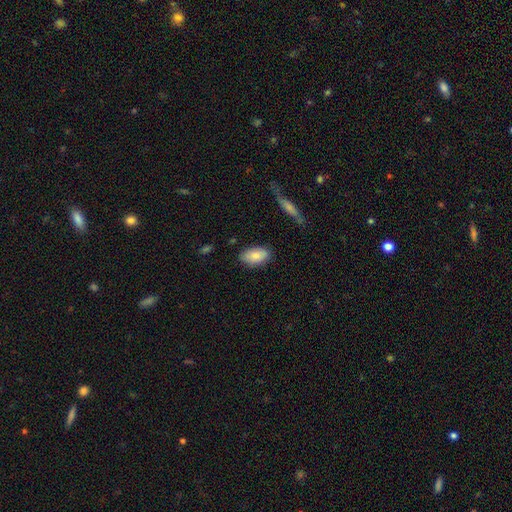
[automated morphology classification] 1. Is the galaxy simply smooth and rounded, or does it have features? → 83% smooth, 11% featured or disk, 6% star or artifact.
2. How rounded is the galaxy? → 94% in between, 4% round, 3% cigar-shaped.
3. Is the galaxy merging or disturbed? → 80% none, 15% minor disturbance, 3% major disturbance, 2% merger.